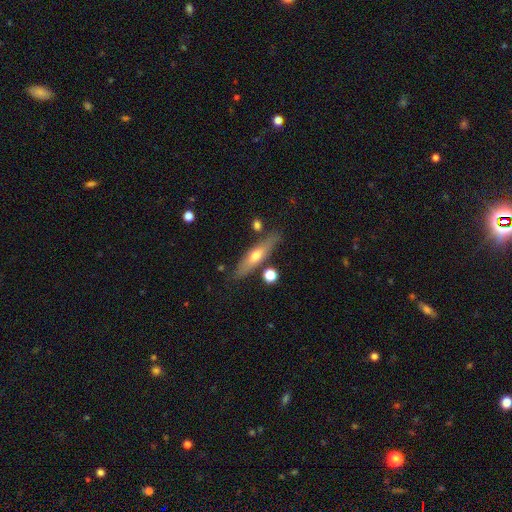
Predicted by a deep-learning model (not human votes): Smooth or featured? Predicted: featured or disk (p=0.47). Merging? Predicted: none (p=0.80).